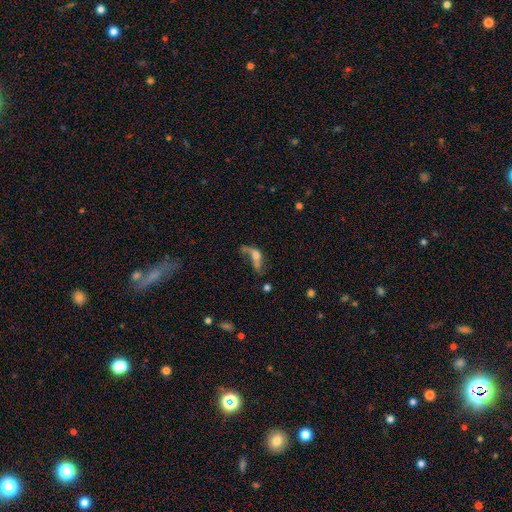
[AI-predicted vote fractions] The model was most divided on "smooth or featured": featured or disk: 43%, smooth: 42%, star or artifact: 15%. Remaining: merging — major disturbance (41%).